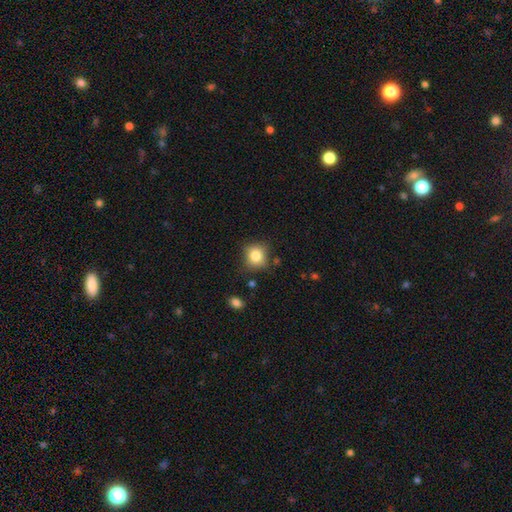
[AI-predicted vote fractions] A smooth galaxy with no disk features (83%) that is round (82%). Merging: none (78%).